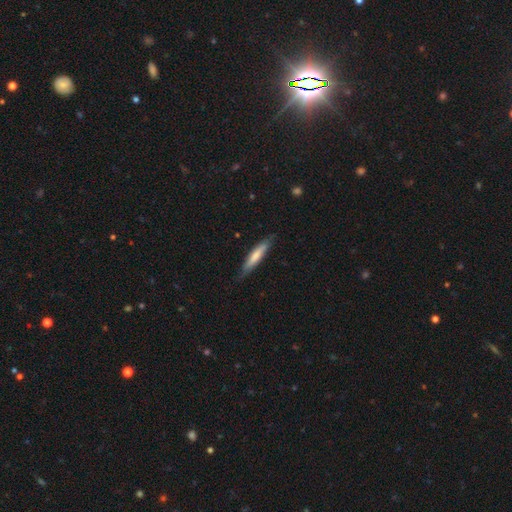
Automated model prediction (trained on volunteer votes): This appears to be a smooth galaxy with no disk features (66%) that is cigar-shaped (85%). Merging: none (78%).